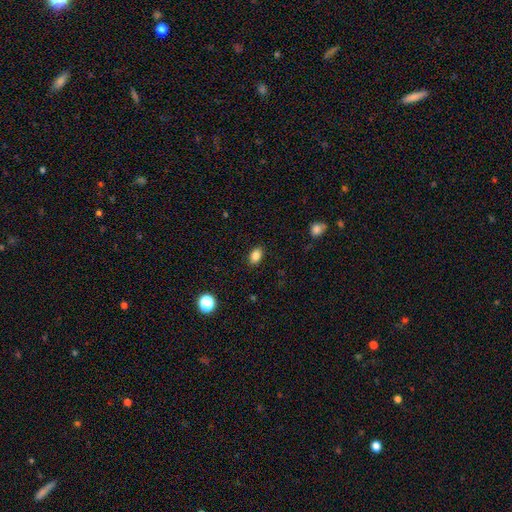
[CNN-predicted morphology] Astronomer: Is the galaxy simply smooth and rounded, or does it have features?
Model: smooth — 84%.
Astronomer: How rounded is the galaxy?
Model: in between — 84%.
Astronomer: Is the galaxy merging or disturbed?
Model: none — 87%.